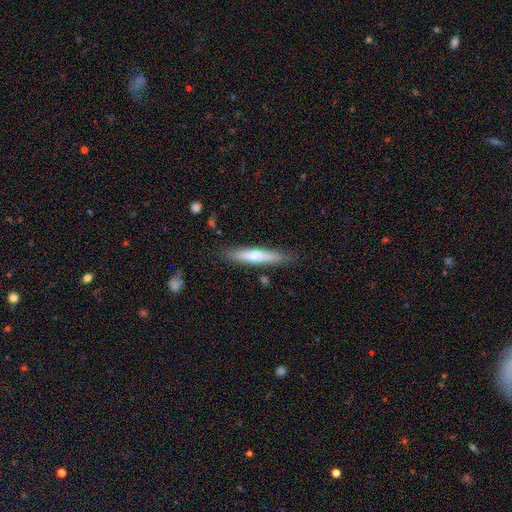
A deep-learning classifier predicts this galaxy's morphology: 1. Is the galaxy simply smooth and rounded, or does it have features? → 54% smooth, 40% featured or disk, 6% star or artifact.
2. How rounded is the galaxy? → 88% cigar-shaped, 11% in between, 1% round.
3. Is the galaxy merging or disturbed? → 84% none, 11% minor disturbance, 2% major disturbance, 2% merger.